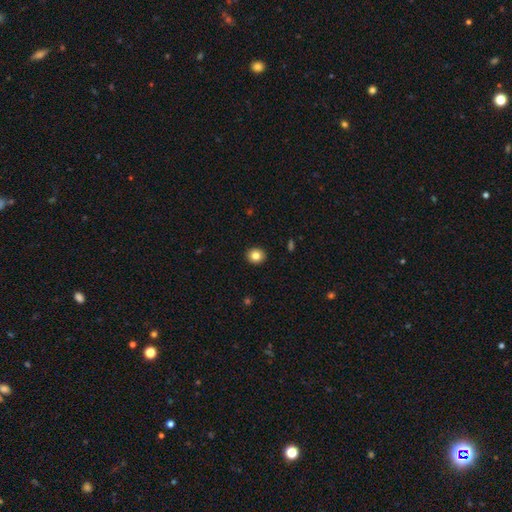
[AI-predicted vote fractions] smooth-or-featured: smooth: 83% | star or artifact: 10% | featured or disk: 7%
  how-rounded: round: 82% | in between: 17% | cigar-shaped: 1%
  merging: none: 92% | minor disturbance: 5% | major disturbance: 1% | merger: 1%